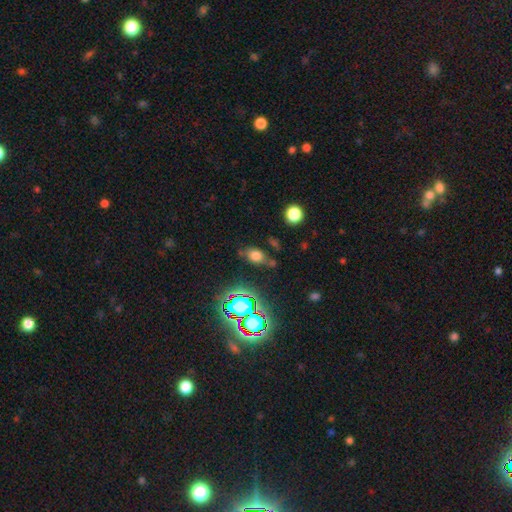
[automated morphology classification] Smooth or featured: smooth — 65% (star or artifact — 23%)
How rounded: in between — 74% (round — 23%)
Merging: none — 66% (minor disturbance — 19%)